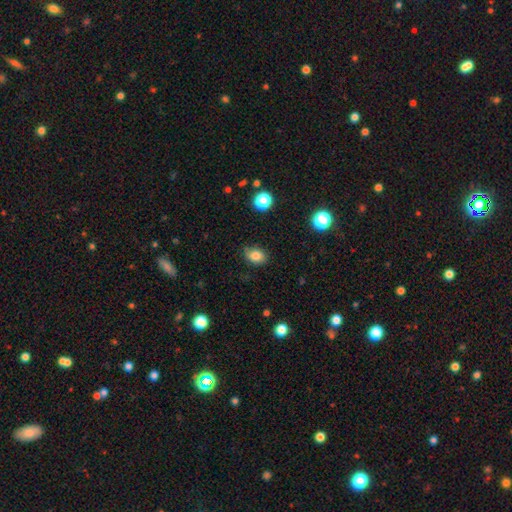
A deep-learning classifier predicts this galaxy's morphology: Smooth or featured?
  - smooth: 84% *
  - star or artifact: 11%
  - featured or disk: 6%
How rounded?
  - in between: 66% *
  - round: 33%
  - cigar-shaped: 1%
Merging?
  - none: 77% *
  - minor disturbance: 18%
  - major disturbance: 4%
  - merger: 1%